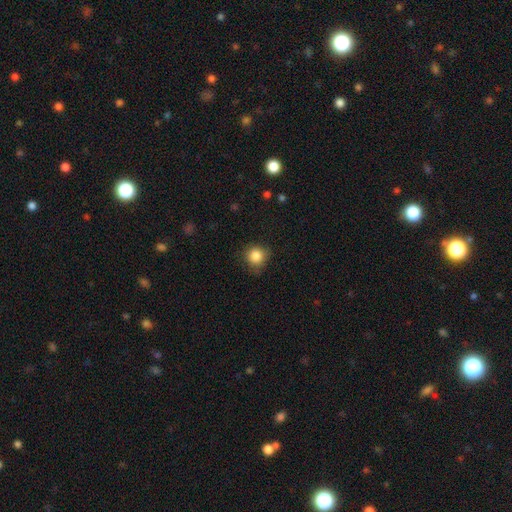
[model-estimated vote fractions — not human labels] smooth 85%, star or artifact 10%, featured or disk 5%. Down the decision tree: how rounded — round (90%); merging — none (76%).